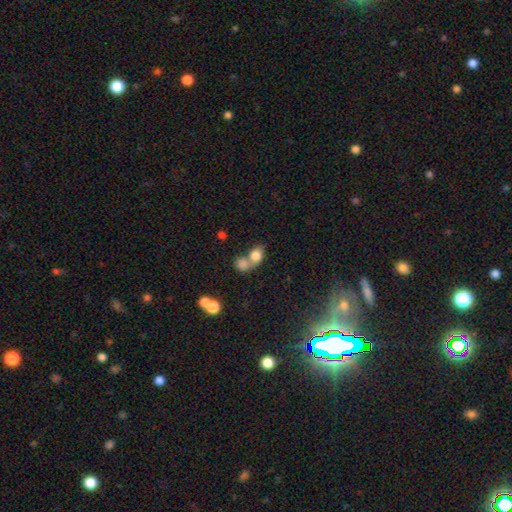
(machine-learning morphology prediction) Smooth or featured: smooth — 78% (featured or disk — 12%)
How rounded: in between — 59% (round — 39%)
Merging: merger — 60% (none — 27%)